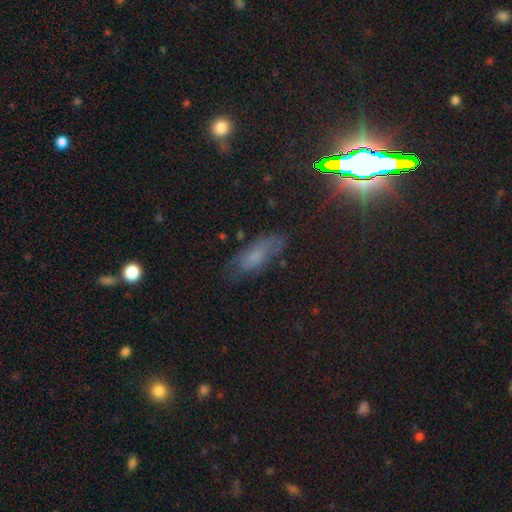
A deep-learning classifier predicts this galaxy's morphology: This is possibly a smooth galaxy (47%). Merging: likely none (66%).